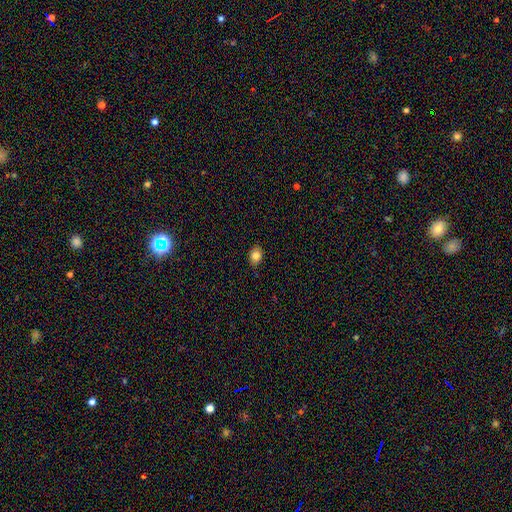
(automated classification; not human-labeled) Smooth or featured? smooth (83%)
How rounded? in between (68%)
Merging? none (85%)